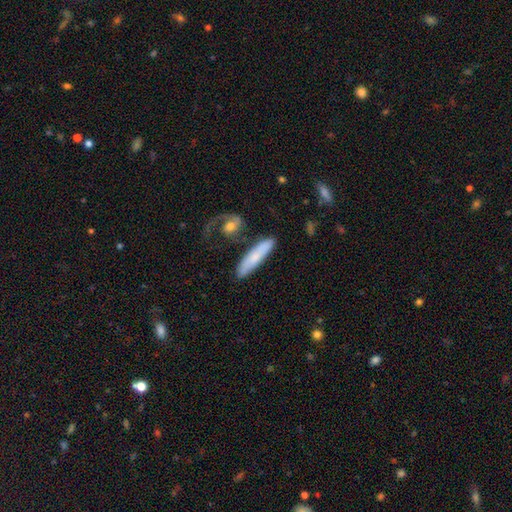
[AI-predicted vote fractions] Smooth or featured? Predicted: smooth (p=0.64). How rounded? Predicted: cigar-shaped (p=0.82). Merging? Predicted: none (p=0.71).